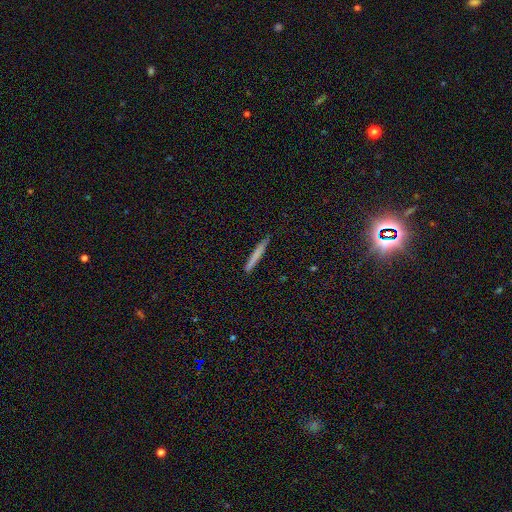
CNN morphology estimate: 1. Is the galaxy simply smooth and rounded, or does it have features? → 71% smooth, 23% featured or disk, 7% star or artifact.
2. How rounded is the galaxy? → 96% cigar-shaped, 2% in between, 1% round.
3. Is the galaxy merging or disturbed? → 88% none, 9% minor disturbance, 2% major disturbance, 1% merger.